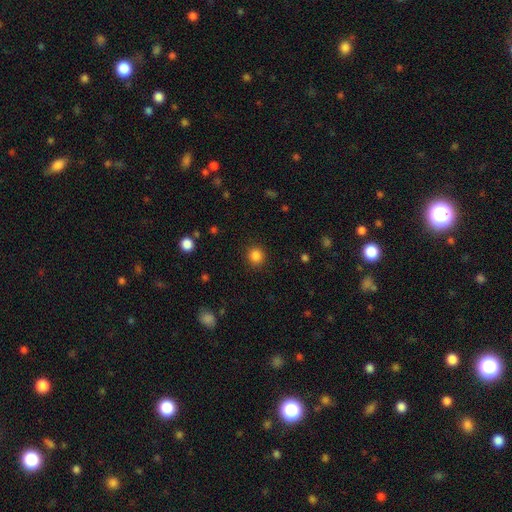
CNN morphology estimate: smooth_or_featured: smooth (p=0.85) [alt: star or artifact p=0.12]
how_rounded: round (p=0.90) [alt: in between p=0.09]
merging: none (p=0.90) [alt: minor disturbance p=0.06]